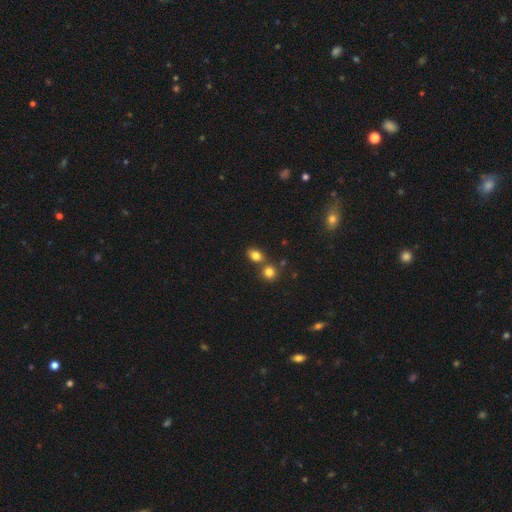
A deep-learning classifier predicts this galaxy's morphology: Smooth or featured?
  - smooth: 80% *
  - star or artifact: 12%
  - featured or disk: 7%
How rounded?
  - in between: 62% *
  - round: 37%
  - cigar-shaped: 1%
Merging?
  - none: 61% *
  - merger: 27%
  - minor disturbance: 10%
  - major disturbance: 3%